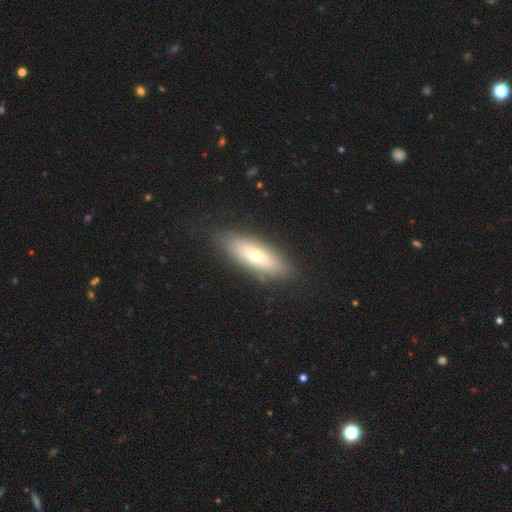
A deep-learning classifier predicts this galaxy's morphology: This appears to be a smooth galaxy with no disk features (58%) that is in between round and cigar-shaped (57%). Merging: none (86%).